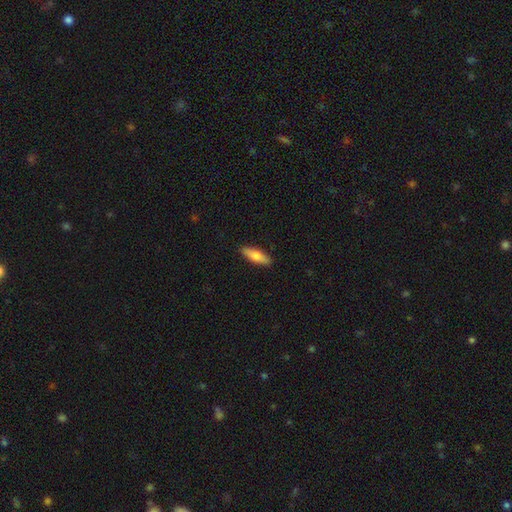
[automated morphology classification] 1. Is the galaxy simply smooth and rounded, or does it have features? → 74% smooth, 21% featured or disk, 6% star or artifact.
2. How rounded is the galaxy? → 53% cigar-shaped, 45% in between, 2% round.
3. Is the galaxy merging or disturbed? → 89% none, 8% minor disturbance, 2% major disturbance, 1% merger.